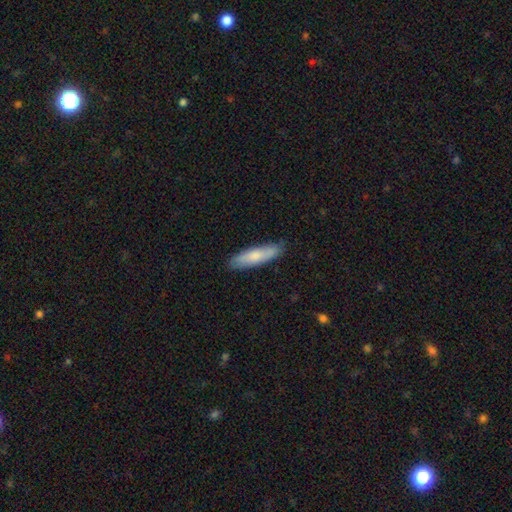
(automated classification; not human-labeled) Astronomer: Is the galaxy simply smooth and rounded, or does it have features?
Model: smooth — 76%.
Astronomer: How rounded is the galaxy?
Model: cigar-shaped — 71%.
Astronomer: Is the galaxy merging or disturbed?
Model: none — 86%.